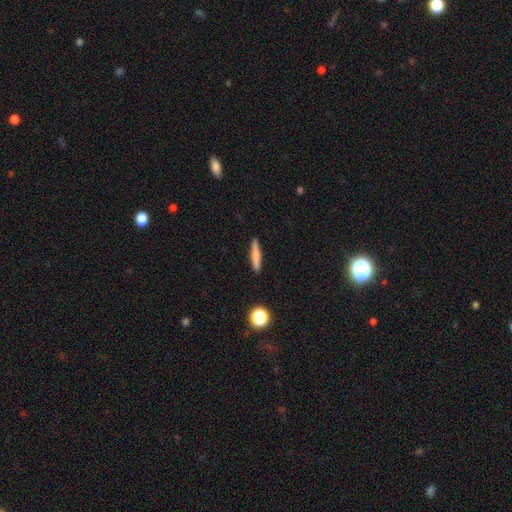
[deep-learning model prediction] A smooth galaxy with no disk features (72%) that is cigar-shaped (90%). Merging: none (90%).